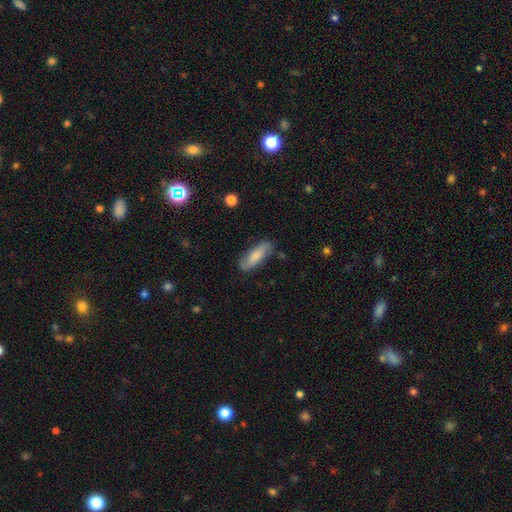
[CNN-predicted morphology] This is likely a smooth galaxy (71%). How rounded: possibly in between (57%). Merging: likely none (78%).